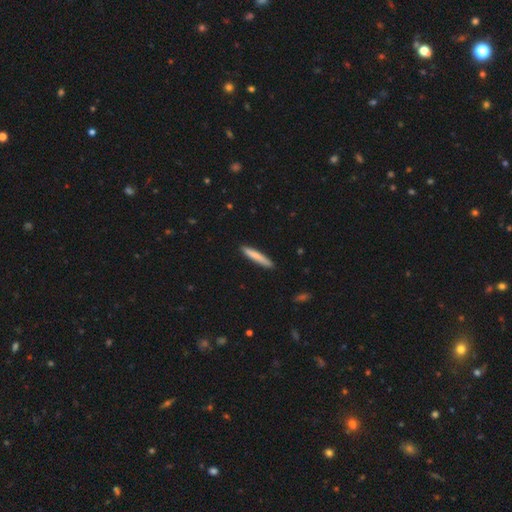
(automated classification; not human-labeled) Morphology: type=smooth (79%); roundness=cigar-shaped (94%); merging=none (89%).